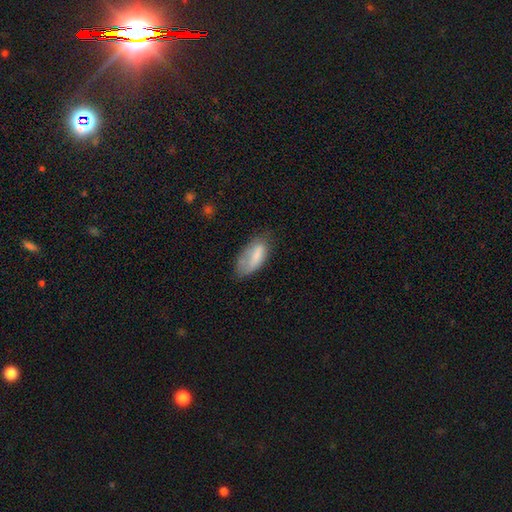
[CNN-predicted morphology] Smooth or featured: smooth — 75% (featured or disk — 18%)
How rounded: in between — 85% (cigar-shaped — 13%)
Merging: none — 50% (minor disturbance — 32%)